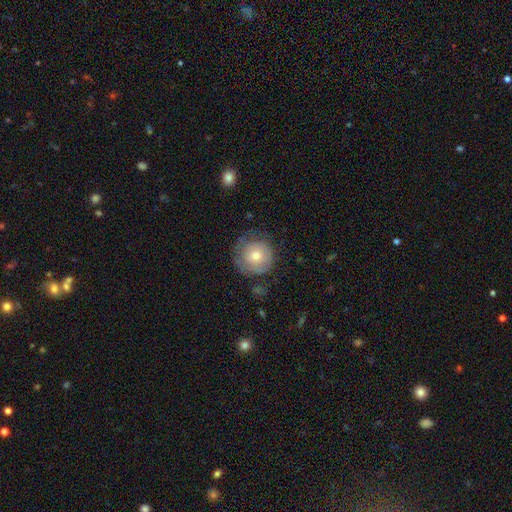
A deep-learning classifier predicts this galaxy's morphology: A smooth galaxy with no disk features (56%) that is round (92%). Merging: none (65%).